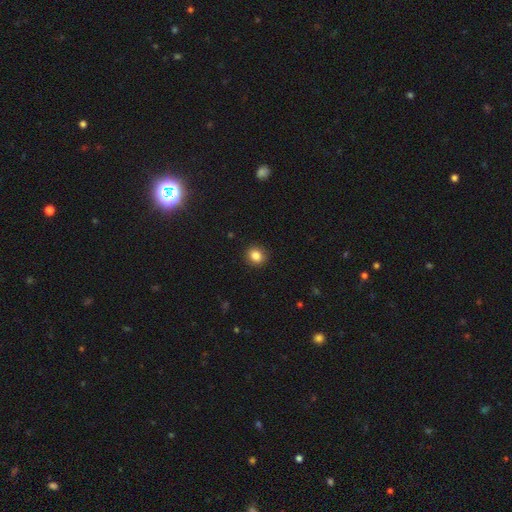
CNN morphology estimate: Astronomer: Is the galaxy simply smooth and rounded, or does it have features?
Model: smooth — 85%.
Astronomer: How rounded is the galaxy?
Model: round — 78%.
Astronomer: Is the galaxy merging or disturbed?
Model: none — 91%.